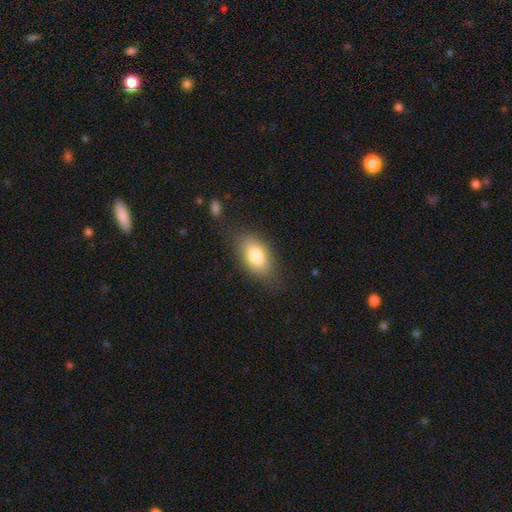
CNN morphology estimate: Q: Smooth or featured?
A: smooth (80%); runner-up: featured or disk (12%)
Q: How rounded?
A: in between (90%); runner-up: round (7%)
Q: Merging?
A: none (76%); runner-up: minor disturbance (17%)